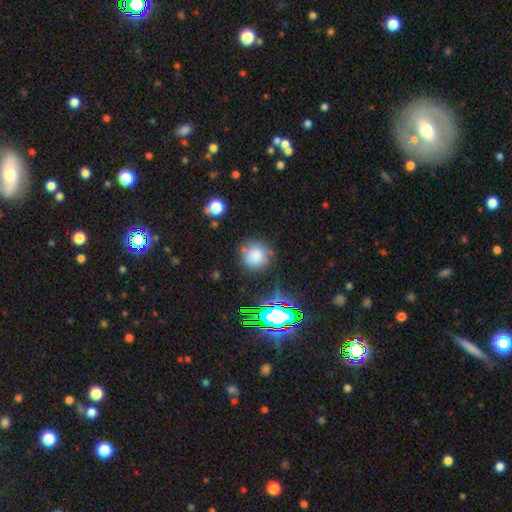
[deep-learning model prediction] The model was most divided on "smooth or featured": smooth: 75%, star or artifact: 16%, featured or disk: 8%. More confident: how rounded — round (92%); merging — none (75%).